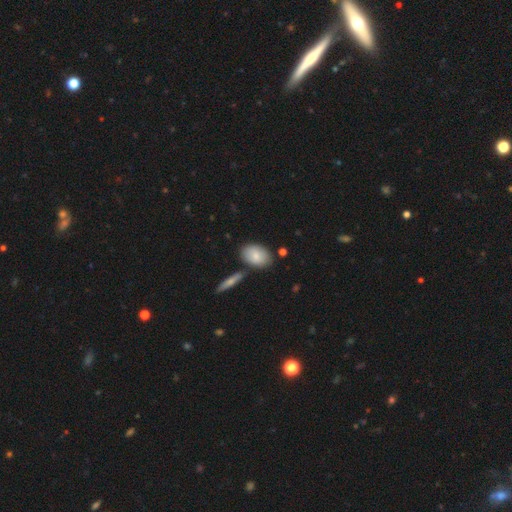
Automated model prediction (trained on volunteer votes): smooth-or-featured: smooth: 81% | featured or disk: 13% | star or artifact: 6%
  how-rounded: in between: 88% | round: 9% | cigar-shaped: 3%
  merging: none: 71% | minor disturbance: 14% | merger: 12% | major disturbance: 3%